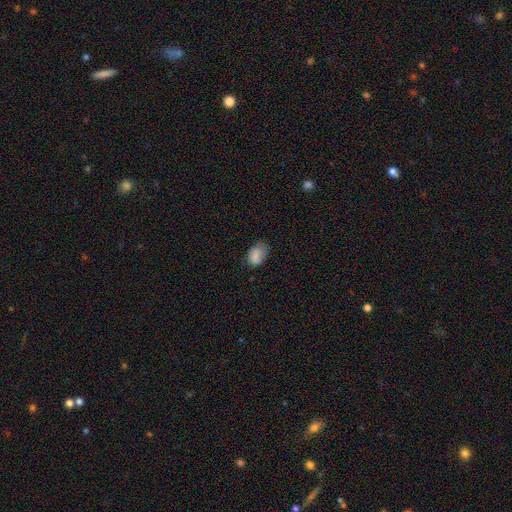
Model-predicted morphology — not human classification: smooth 82%, star or artifact 9%, featured or disk 9%. Down the decision tree: how rounded — in between (82%); merging — none (57%).